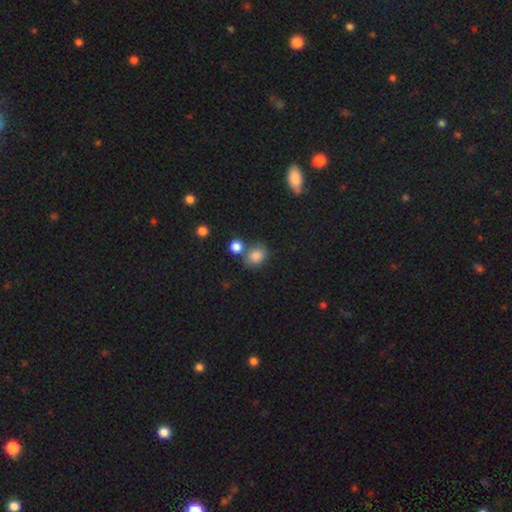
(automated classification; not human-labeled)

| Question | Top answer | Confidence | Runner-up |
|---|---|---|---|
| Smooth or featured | smooth | 83% | star or artifact (11%) |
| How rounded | round | 56% | in between (43%) |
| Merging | none | 57% | merger (24%) |